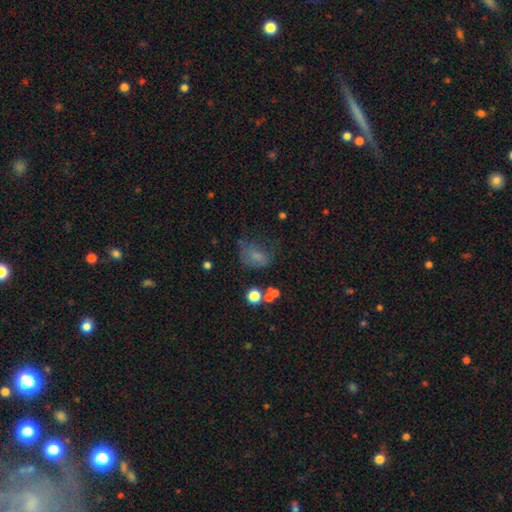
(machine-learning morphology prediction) Smooth or featured?
  - smooth: 60% *
  - featured or disk: 21%
  - star or artifact: 19%
How rounded?
  - in between: 73% *
  - round: 25%
  - cigar-shaped: 2%
Merging?
  - major disturbance: 34% *
  - none: 33%
  - minor disturbance: 28%
  - merger: 5%